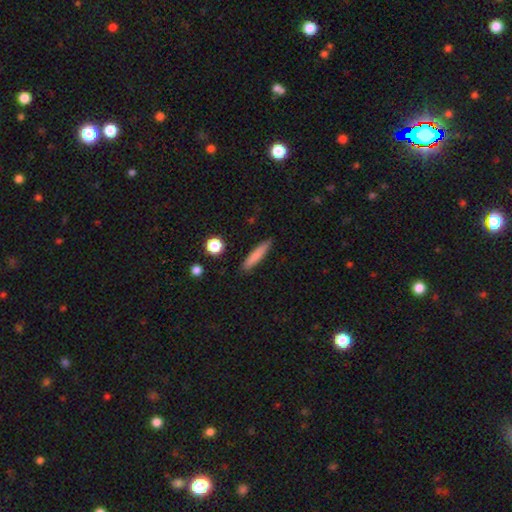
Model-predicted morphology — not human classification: Smooth or featured: smooth — 79% (featured or disk — 14%)
How rounded: cigar-shaped — 89% (in between — 10%)
Merging: none — 88% (minor disturbance — 9%)